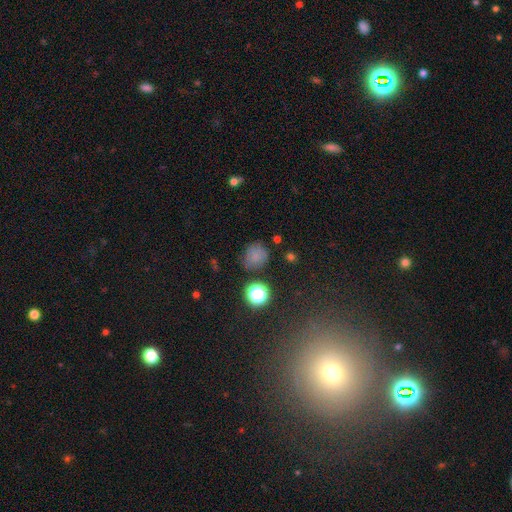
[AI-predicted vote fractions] Smooth or featured? smooth (72%)
How rounded? round (84%)
Merging? none (73%)